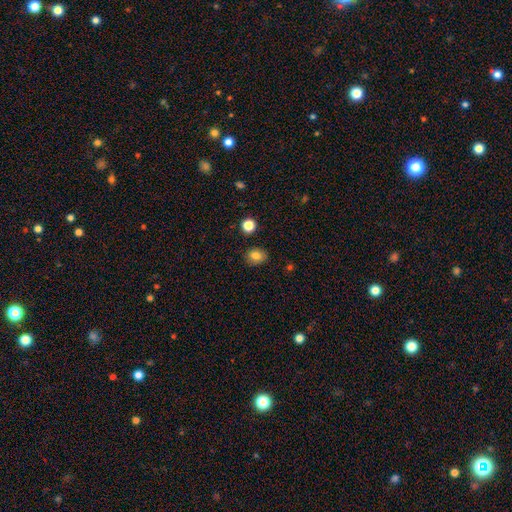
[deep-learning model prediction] This is clearly a smooth galaxy (81%). How rounded: possibly round (54%). Merging: clearly none (86%).